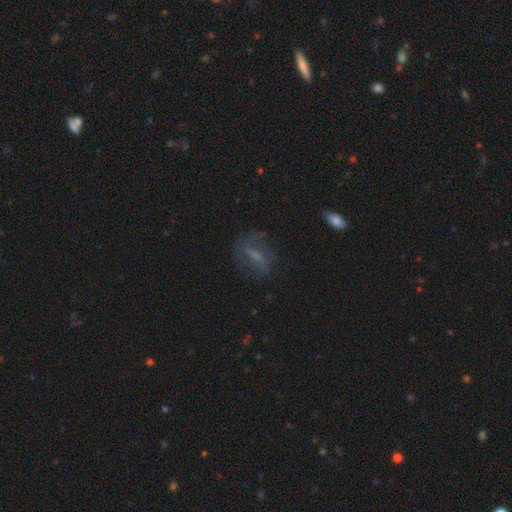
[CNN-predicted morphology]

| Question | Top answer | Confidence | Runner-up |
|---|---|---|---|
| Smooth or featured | featured or disk | 46% | smooth (38%) |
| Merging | none | 65% | minor disturbance (18%) |